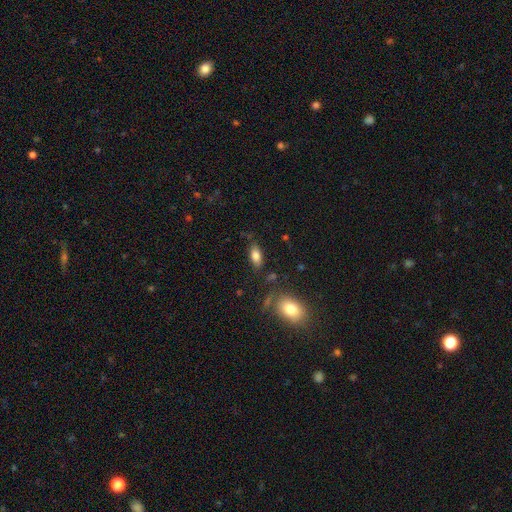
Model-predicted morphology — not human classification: Overall: smooth (80%). How rounded: in between (87%). Merging: none (77%).